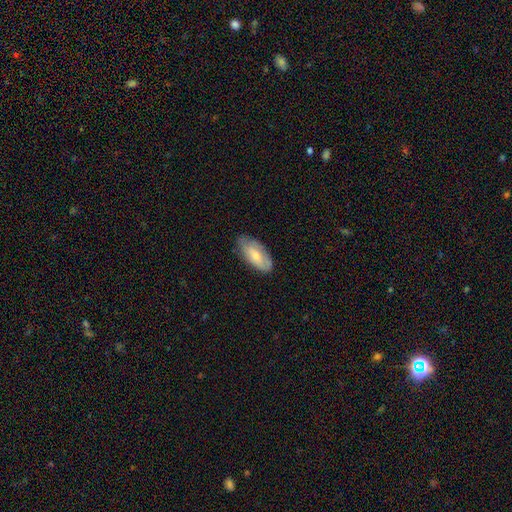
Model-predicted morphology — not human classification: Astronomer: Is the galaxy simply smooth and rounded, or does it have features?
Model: smooth — 67%.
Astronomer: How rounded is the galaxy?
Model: in between — 89%.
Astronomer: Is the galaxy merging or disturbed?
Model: none — 69%.